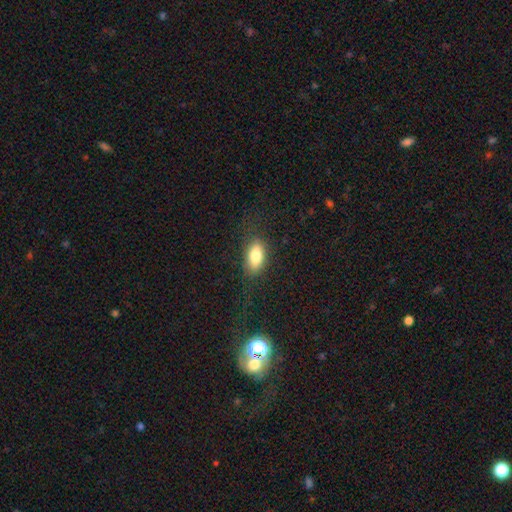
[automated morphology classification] This appears to be a smooth galaxy with no disk features (81%) that is in between round and cigar-shaped (89%). Merging: none (81%).